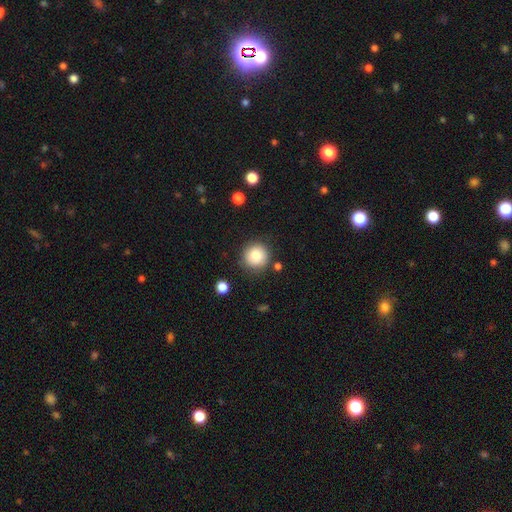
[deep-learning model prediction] The model was most divided on "smooth or featured": smooth: 82%, star or artifact: 10%, featured or disk: 9%. More confident: how rounded — round (94%); merging — none (85%).